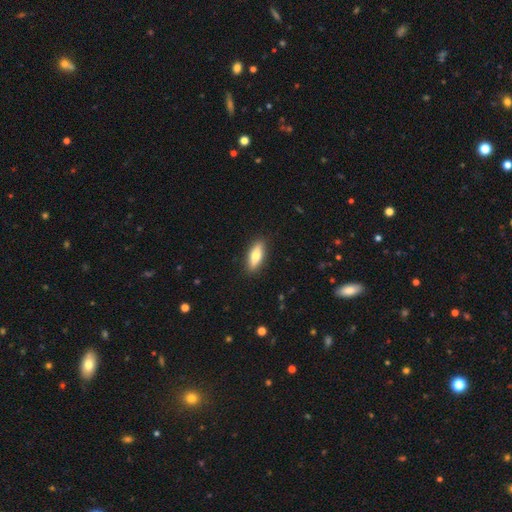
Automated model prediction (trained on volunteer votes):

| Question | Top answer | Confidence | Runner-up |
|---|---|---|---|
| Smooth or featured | smooth | 70% | featured or disk (24%) |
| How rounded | in between | 62% | cigar-shaped (35%) |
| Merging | none | 89% | minor disturbance (8%) |